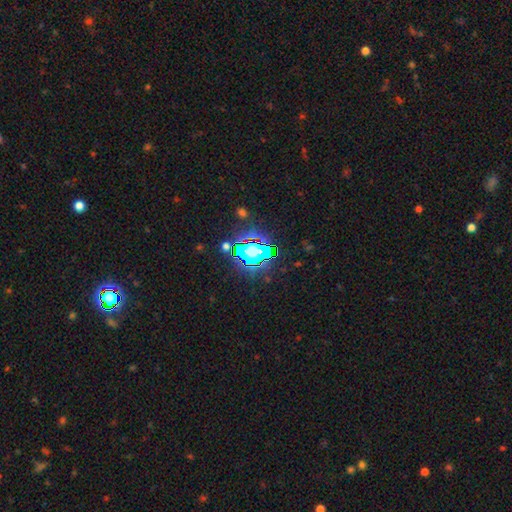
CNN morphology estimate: Smooth or featured? star or artifact (59%)